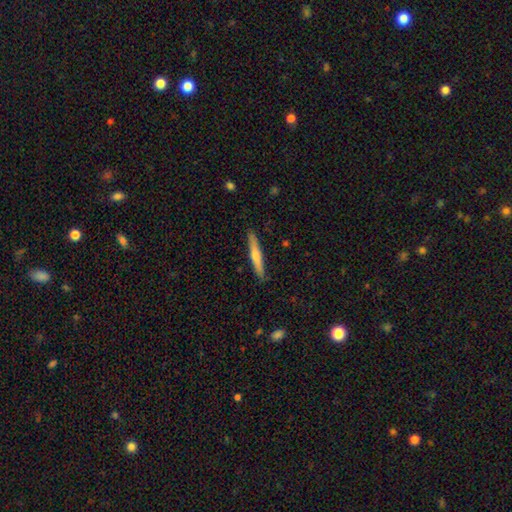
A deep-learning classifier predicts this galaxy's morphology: Overall: featured or disk (51%; smooth 42%). Edge-on disk: yes (96%). Merging: none (90%).